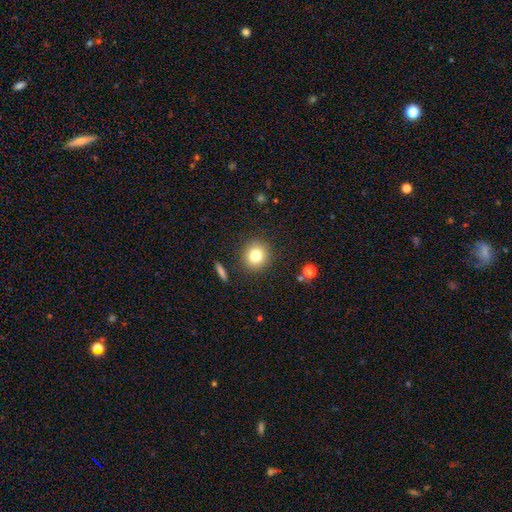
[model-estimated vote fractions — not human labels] The model was most divided on "smooth or featured": smooth: 79%, star or artifact: 12%, featured or disk: 10%. More confident: how rounded — round (90%); merging — none (89%).